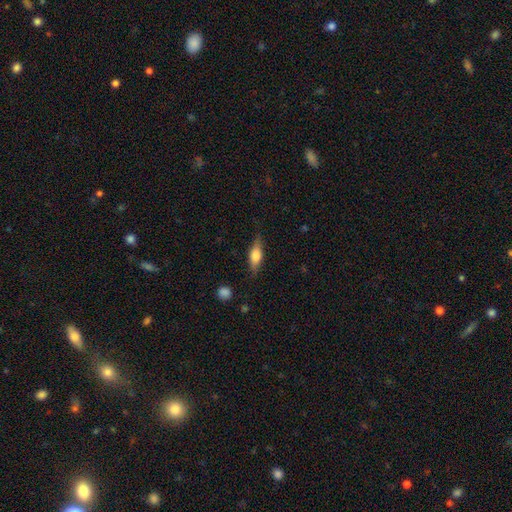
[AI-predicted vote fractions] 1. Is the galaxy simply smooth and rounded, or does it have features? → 55% smooth, 38% featured or disk, 7% star or artifact.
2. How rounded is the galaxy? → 58% in between, 38% cigar-shaped, 4% round.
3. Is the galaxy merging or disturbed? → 81% none, 14% minor disturbance, 3% major disturbance, 1% merger.